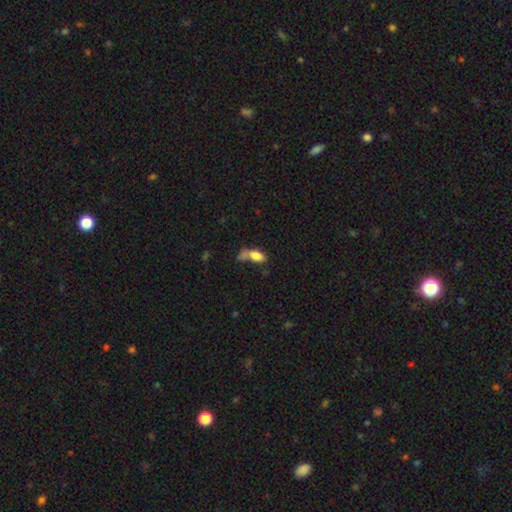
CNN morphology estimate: A smooth galaxy with no disk features (79%) that is in between round and cigar-shaped (86%). Merging: none (37%).